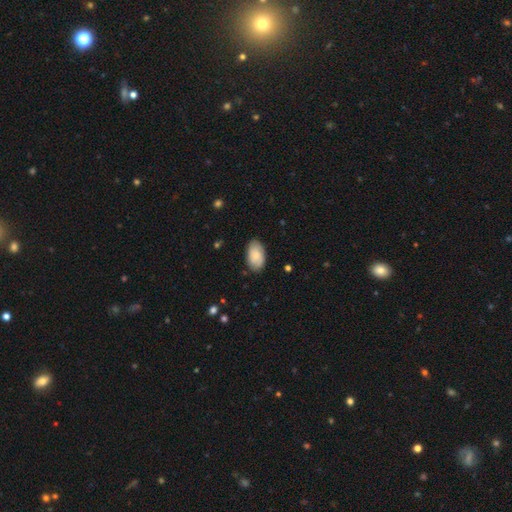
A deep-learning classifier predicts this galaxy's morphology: The model was most divided on "smooth or featured": smooth: 78%, featured or disk: 16%, star or artifact: 6%. More confident: how rounded — in between (93%); merging — none (81%).